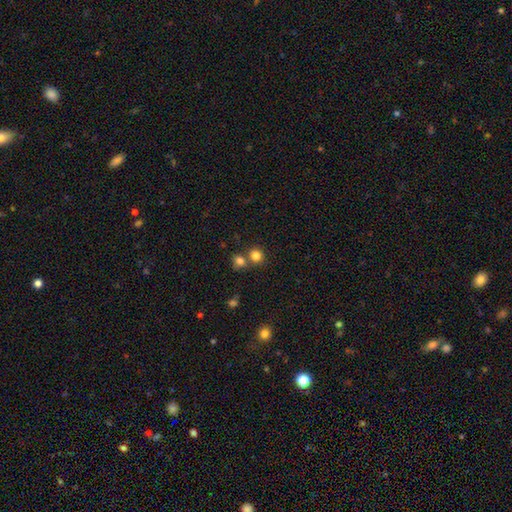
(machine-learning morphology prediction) type=smooth (81%); roundness=round (85%); merging=none (61%).